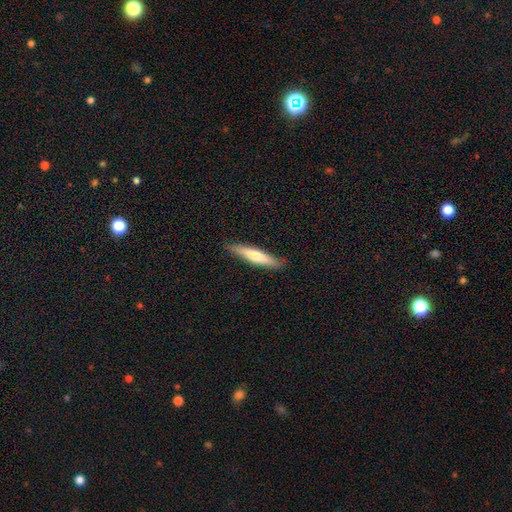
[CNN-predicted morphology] Smooth or featured? smooth (58%)
How rounded? cigar-shaped (88%)
Merging? none (89%)